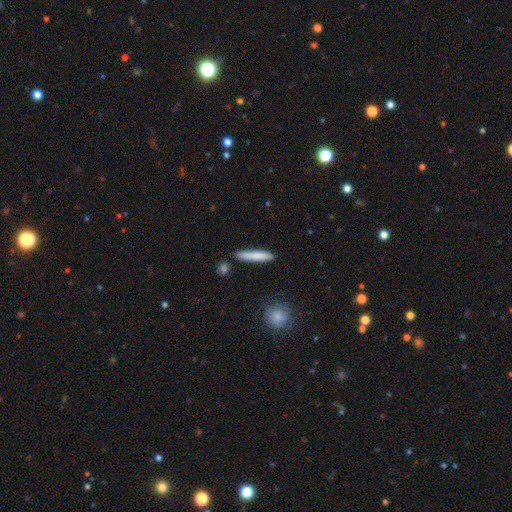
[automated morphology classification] Q: Smooth or featured?
A: smooth (81%); runner-up: featured or disk (14%)
Q: How rounded?
A: cigar-shaped (92%); runner-up: in between (7%)
Q: Merging?
A: none (87%); runner-up: minor disturbance (9%)